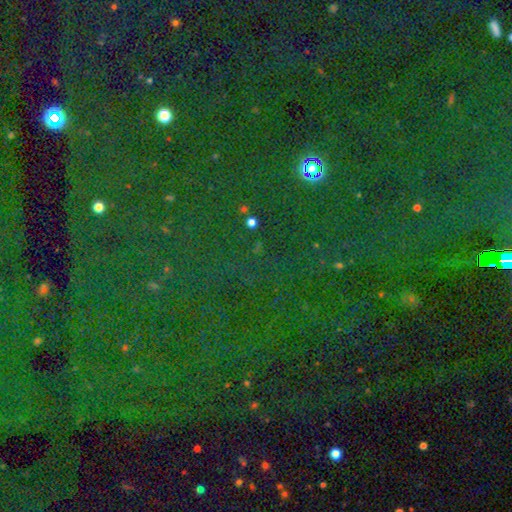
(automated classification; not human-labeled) The model was most divided on "smooth or featured": star or artifact: 83%, smooth: 9%, featured or disk: 7%.